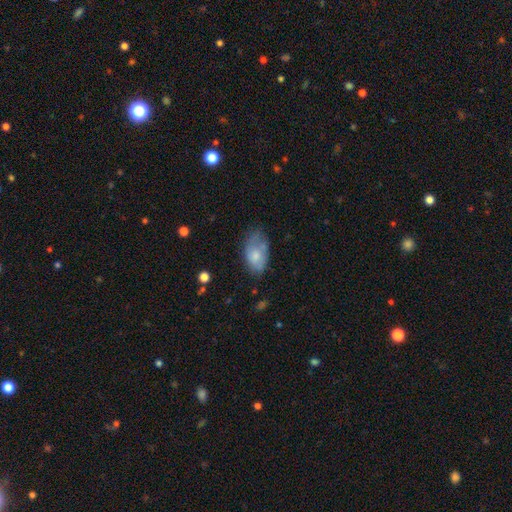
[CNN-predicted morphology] Overall: smooth (70%). How rounded: in between (91%). Merging: none (42%; minor disturbance 35%).